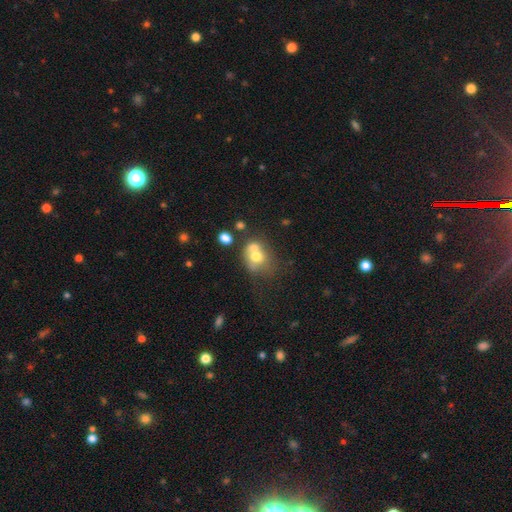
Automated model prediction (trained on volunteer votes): smooth-or-featured: smooth: 65% | featured or disk: 24% | star or artifact: 12%
  how-rounded: round: 63% | in between: 36% | cigar-shaped: 1%
  merging: merger: 52% | none: 29% | minor disturbance: 12% | major disturbance: 8%